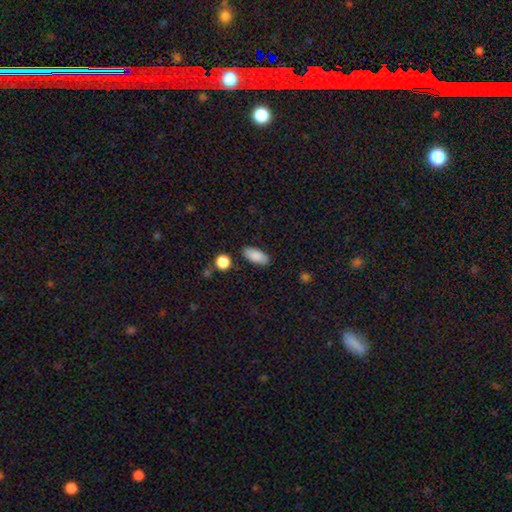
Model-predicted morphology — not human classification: Smooth or featured? Predicted: smooth (p=0.87). How rounded? Predicted: in between (p=0.87). Merging? Predicted: none (p=0.84).